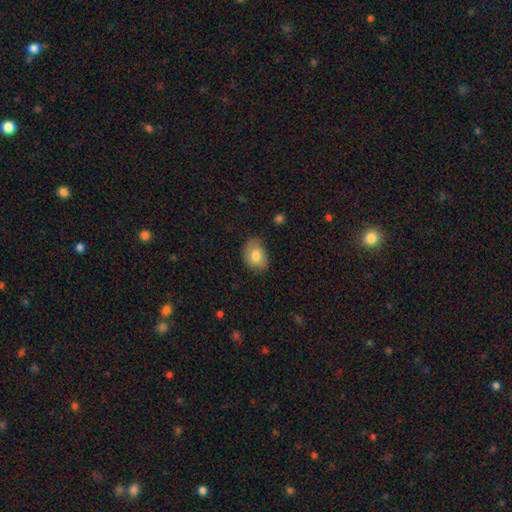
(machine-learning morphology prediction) A smooth galaxy with no disk features (78%) that is in between round and cigar-shaped (67%).

Vote fractions:
- Smooth or featured? smooth: 78% / featured or disk: 14% / star or artifact: 8%
- How rounded? in between: 67% / round: 32% / cigar-shaped: 1%
- Merging? none: 68% / minor disturbance: 26% / major disturbance: 5% / merger: 1%